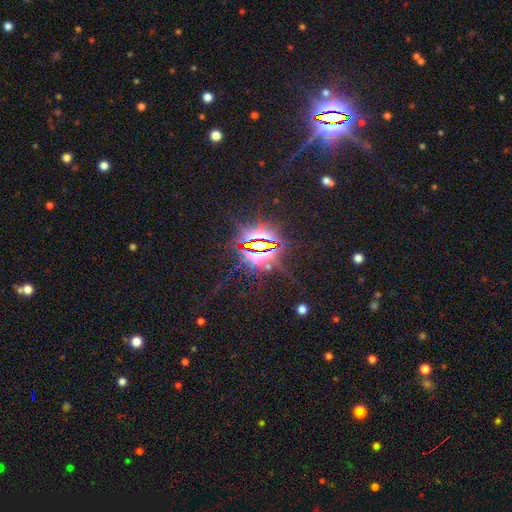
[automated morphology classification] The model was most divided on "smooth or featured": star or artifact: 86%, featured or disk: 8%, smooth: 6%.